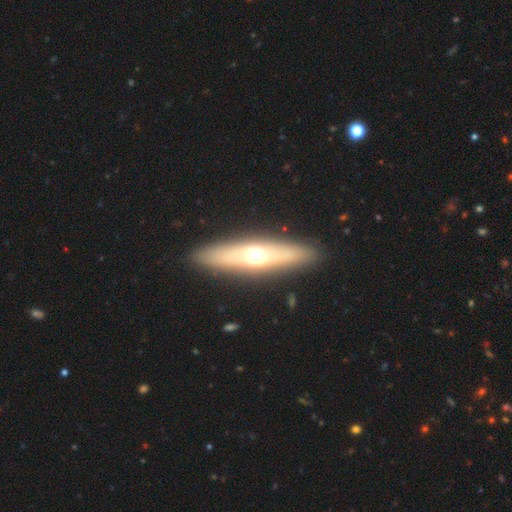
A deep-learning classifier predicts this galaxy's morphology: This is possibly a featured or disk galaxy (51%). It is likely viewed edge-on (76%). Merging: clearly none (89%).